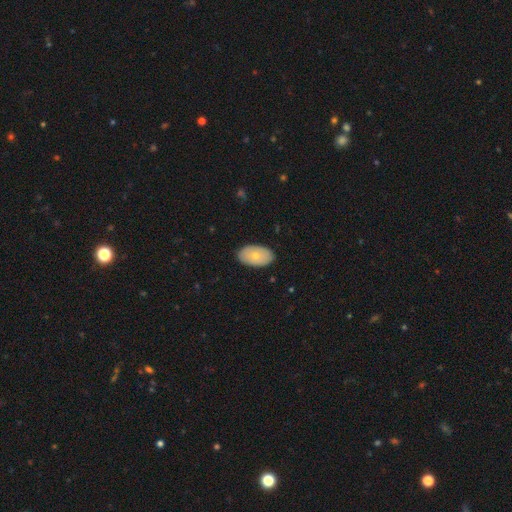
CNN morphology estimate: Smooth or featured? smooth (71%)
How rounded? in between (94%)
Merging? none (87%)